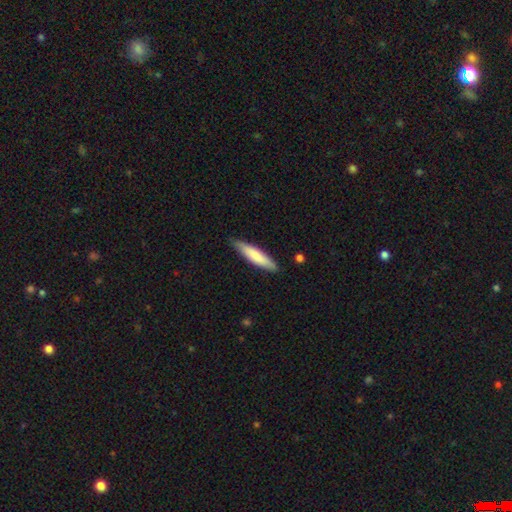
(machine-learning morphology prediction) This appears to be a smooth galaxy with no disk features (75%) that is cigar-shaped (82%). Merging: none (84%).